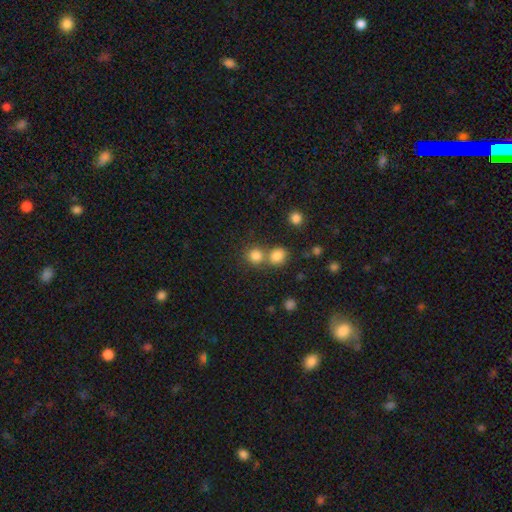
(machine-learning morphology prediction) Smooth or featured? Predicted: smooth (p=0.80). How rounded? Predicted: round (p=0.85). Merging? Predicted: none (p=0.51).